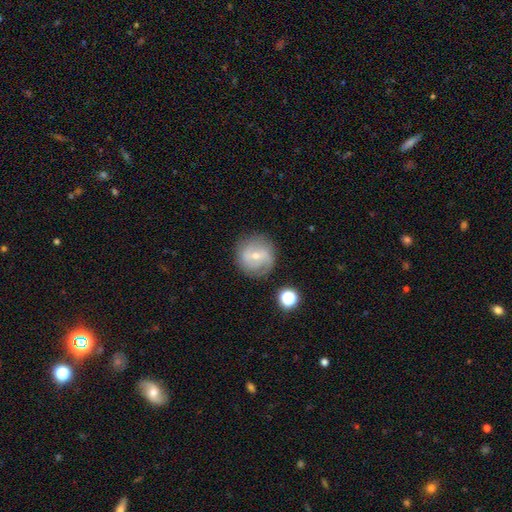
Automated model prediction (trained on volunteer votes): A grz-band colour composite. It shows a featured or disk galaxy (60%) with a weak bar (49%), spiral arms (80%) and a small central bulge (59%). Merging: none (77%).